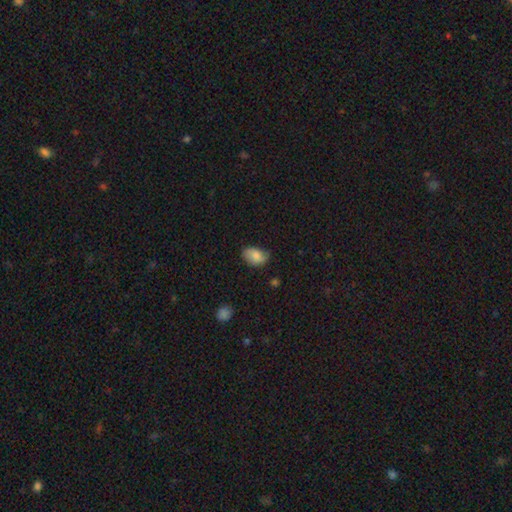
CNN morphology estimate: Smooth or featured: smooth — 77% (featured or disk — 16%)
How rounded: in between — 85% (round — 13%)
Merging: none — 63% (minor disturbance — 30%)